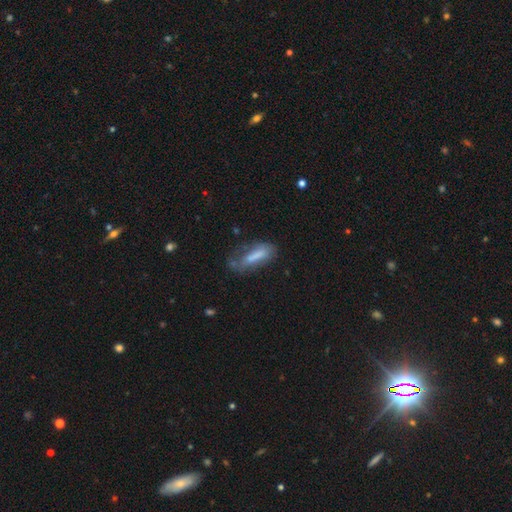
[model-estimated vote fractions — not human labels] A smooth galaxy with no disk features (65%) that is cigar-shaped (56%). Merging: none (43%).